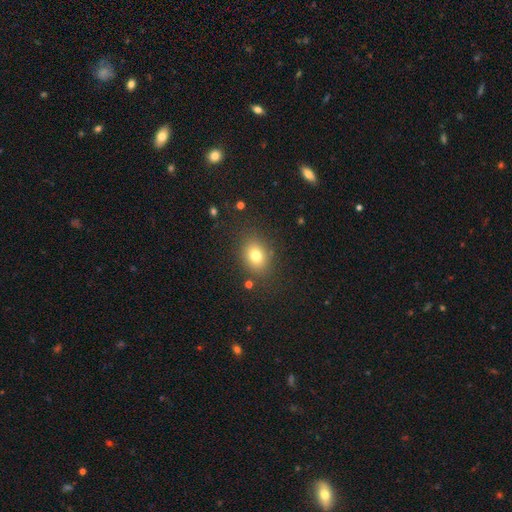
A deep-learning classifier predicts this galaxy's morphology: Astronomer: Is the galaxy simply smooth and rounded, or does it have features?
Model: smooth — 77%.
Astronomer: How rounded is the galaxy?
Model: in between — 52% (runner-up: round, 47%).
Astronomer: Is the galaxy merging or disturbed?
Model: none — 84%.